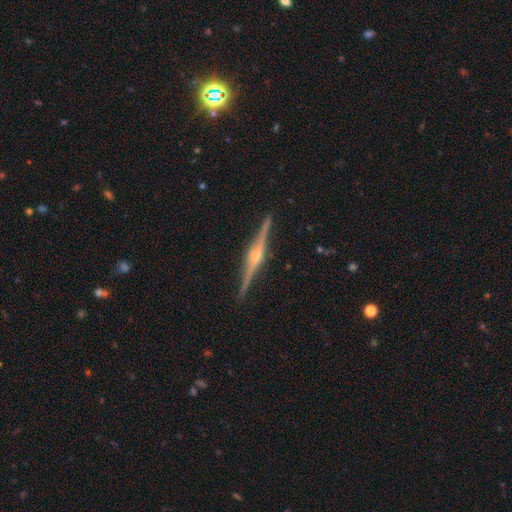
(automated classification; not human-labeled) A featured or disk galaxy (88%) viewed edge-on (98%) with a rounded central bulge (84%).

Vote fractions:
- Smooth or featured? featured or disk: 88% / smooth: 7% / star or artifact: 5%
- Edge-on disk? yes: 98% / no: 2%
- Edge-on bulge? rounded: 84% / boxy: 12% / none: 5%
- Merging? none: 92% / minor disturbance: 6% / major disturbance: 1% / merger: 1%